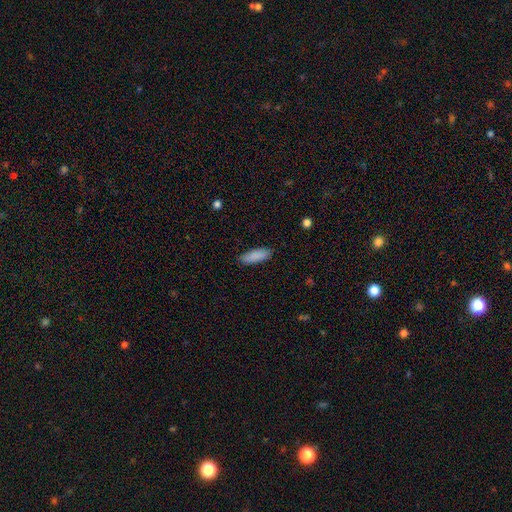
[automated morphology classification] This is clearly a smooth galaxy (88%). How rounded: possibly in between (54%). Merging: clearly none (87%).